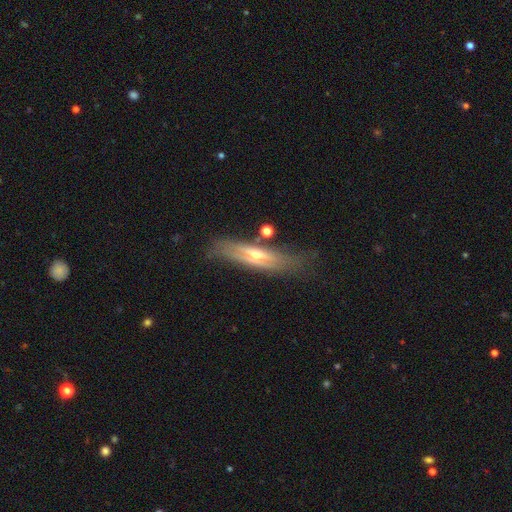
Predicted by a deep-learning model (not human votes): Smooth or featured? featured or disk (66%)
Edge-on disk? yes (74%)
Merging? none (70%)